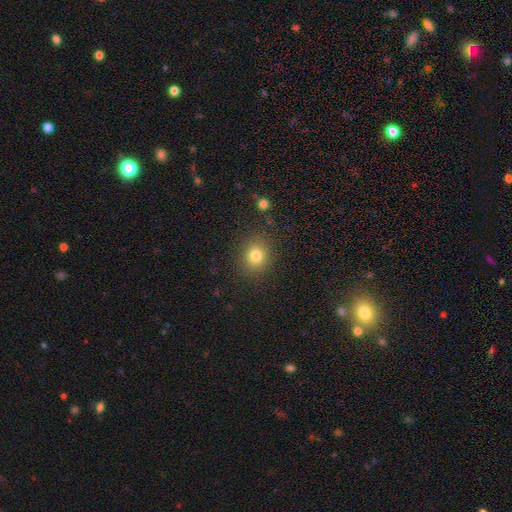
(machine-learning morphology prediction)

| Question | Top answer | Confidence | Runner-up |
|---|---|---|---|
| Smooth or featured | smooth | 80% | star or artifact (12%) |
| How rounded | round | 69% | in between (30%) |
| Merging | none | 86% | minor disturbance (9%) |